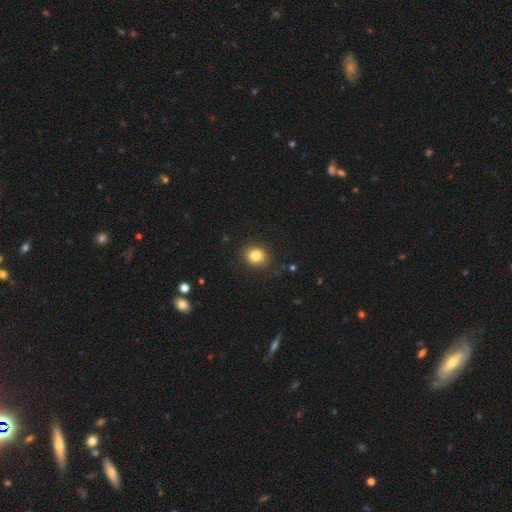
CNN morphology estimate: type=smooth (83%); roundness=round (70%); merging=none (86%).